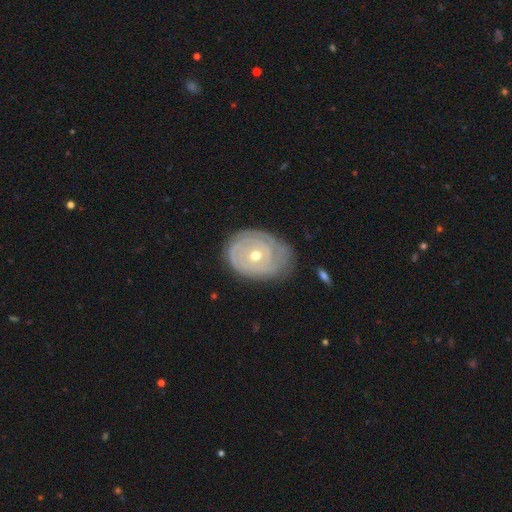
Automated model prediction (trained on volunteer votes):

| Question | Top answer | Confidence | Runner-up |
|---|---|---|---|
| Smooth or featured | featured or disk | 79% | smooth (15%) |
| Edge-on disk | no | 96% | yes (4%) |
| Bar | no | 80% | weak (16%) |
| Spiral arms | yes | 84% | no (16%) |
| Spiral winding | tight | 85% | medium (11%) |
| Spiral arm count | can't tell | 44% | 2 (22%) |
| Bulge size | moderate | 56% | small (41%) |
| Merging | none | 69% | minor disturbance (22%) |